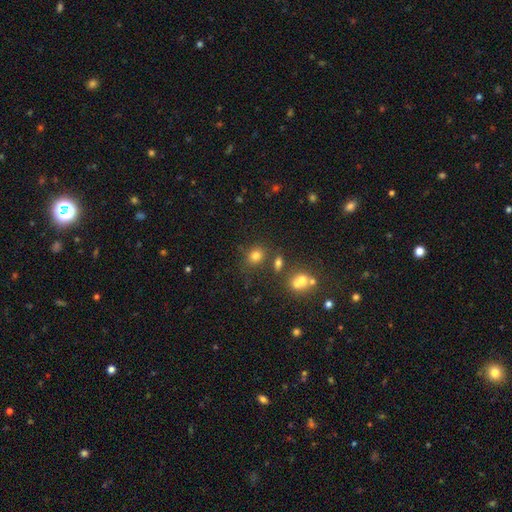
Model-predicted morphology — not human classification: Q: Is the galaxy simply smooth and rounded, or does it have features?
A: smooth — 76%.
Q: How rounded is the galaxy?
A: round — 63%.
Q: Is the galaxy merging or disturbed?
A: none — 71%.